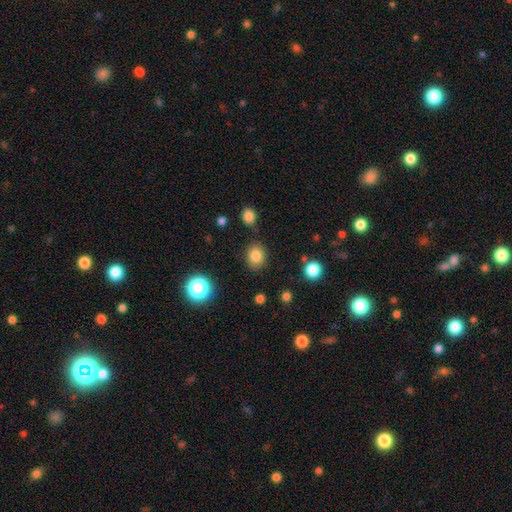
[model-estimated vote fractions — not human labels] A smooth galaxy with no disk features (82%) that is round (59%). Merging: none (83%).